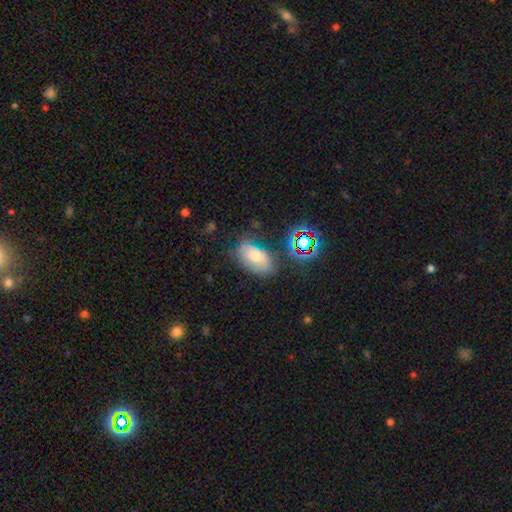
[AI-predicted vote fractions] This appears to be a smooth galaxy with no disk features (52%) that is in between round and cigar-shaped (89%). Merging: none (60%).